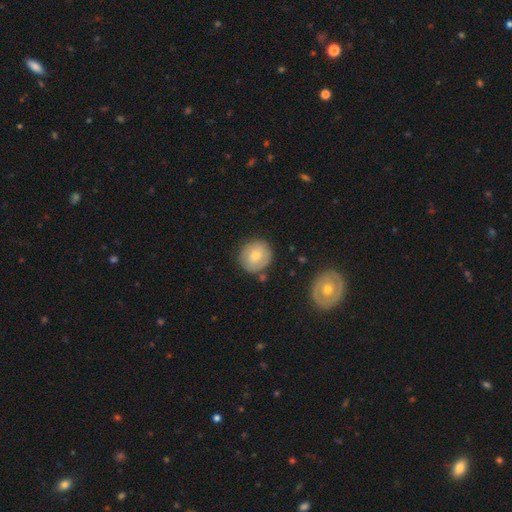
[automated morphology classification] Smooth or featured?
  - smooth: 70% *
  - featured or disk: 23%
  - star or artifact: 7%
How rounded?
  - round: 86% *
  - in between: 13%
  - cigar-shaped: 1%
Merging?
  - none: 79% *
  - minor disturbance: 14%
  - merger: 4%
  - major disturbance: 3%